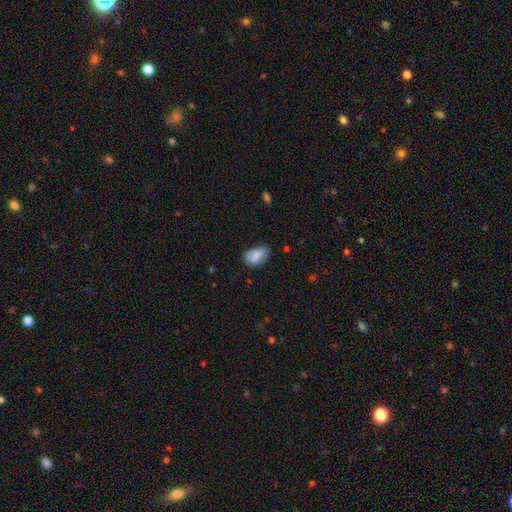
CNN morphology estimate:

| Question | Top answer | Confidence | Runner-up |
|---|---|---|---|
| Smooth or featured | smooth | 78% | featured or disk (15%) |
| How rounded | in between | 88% | round (11%) |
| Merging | none | 47% | minor disturbance (40%) |